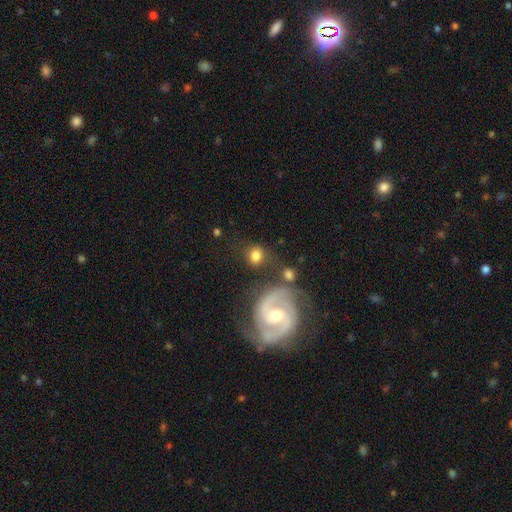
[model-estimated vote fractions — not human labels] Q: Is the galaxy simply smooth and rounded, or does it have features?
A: smooth — 71%.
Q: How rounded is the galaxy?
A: round — 76%.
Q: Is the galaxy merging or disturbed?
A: none — 63%.